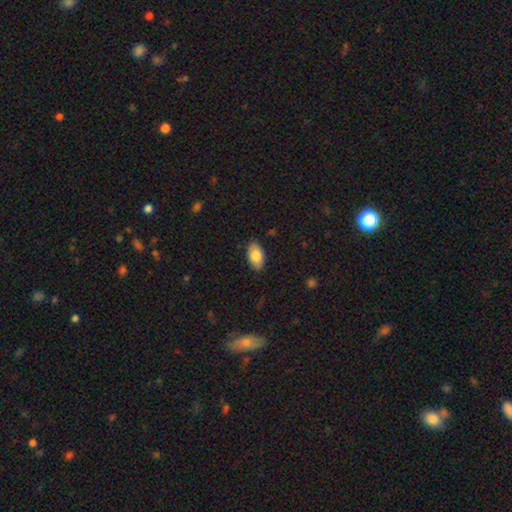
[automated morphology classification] smooth 80%, featured or disk 13%, star or artifact 7%. Down the decision tree: how rounded — in between (94%); merging — none (87%).